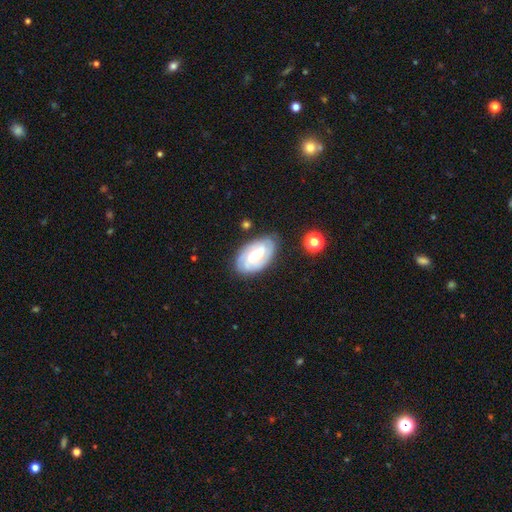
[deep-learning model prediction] A featured or disk galaxy (79%) with a weak bar (44%), 2 (47%) tight (59%) spiral arms (93%) and a moderate central bulge (68%).

Vote fractions:
- Smooth or featured? featured or disk: 79% / smooth: 15% / star or artifact: 5%
- Edge-on disk? no: 96% / yes: 4%
- Bar? weak: 44% / no: 37% / strong: 18%
- Spiral arms? yes: 93% / no: 7%
- Spiral winding? tight: 59% / medium: 33% / loose: 8%
- Spiral arm count? 2: 47% / 3: 22% / can't tell: 20% / 4: 4% / 1: 4% / more than 4: 3%
- Bulge size? moderate: 68% / large: 17% / small: 12% / dominant: 1% / none: 1%
- Merging? none: 80% / minor disturbance: 14% / major disturbance: 4% / merger: 2%